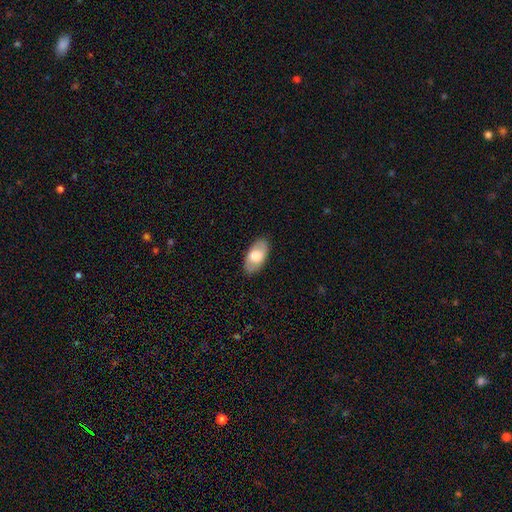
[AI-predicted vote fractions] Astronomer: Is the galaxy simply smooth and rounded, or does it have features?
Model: smooth — 67%.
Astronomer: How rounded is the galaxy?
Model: in between — 94%.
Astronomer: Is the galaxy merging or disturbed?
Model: none — 87%.